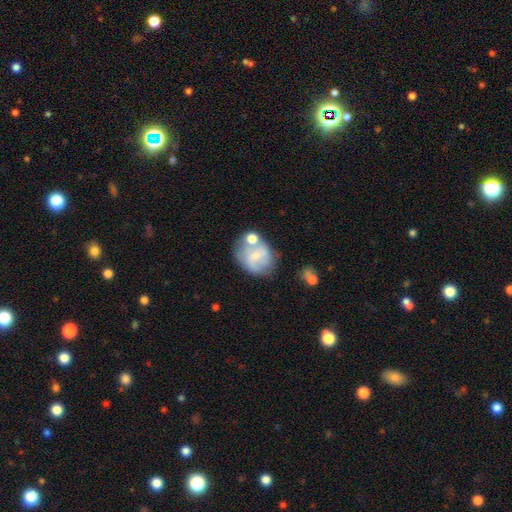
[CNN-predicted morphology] Smooth or featured? Predicted: smooth (p=0.47). Merging? Predicted: none (p=0.47).